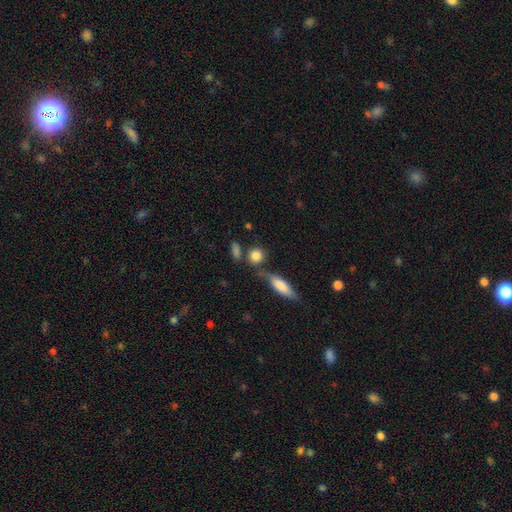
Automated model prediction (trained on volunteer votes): Overall: smooth (84%). How rounded: round (69%). Merging: none (66%).